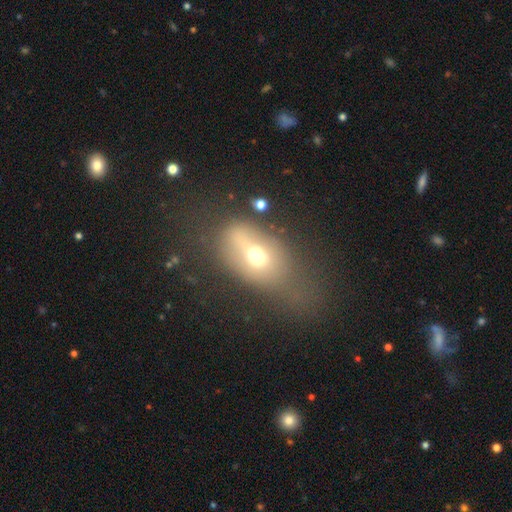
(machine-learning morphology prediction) This is possibly a smooth galaxy (60%). How rounded: likely in between (77%). Merging: marginally none (36%).